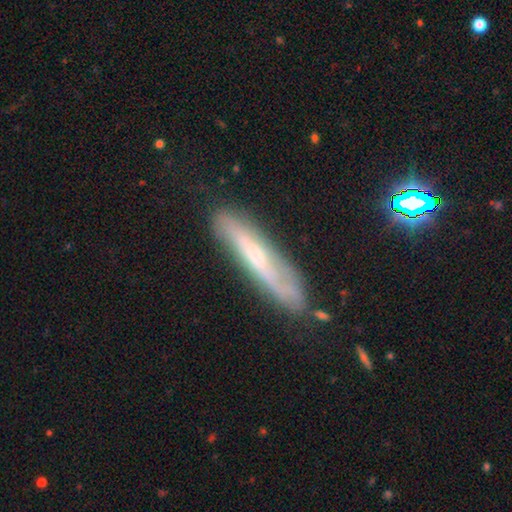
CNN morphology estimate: Smooth or featured? featured or disk (56%)
Edge-on disk? yes (56%)
Merging? none (74%)